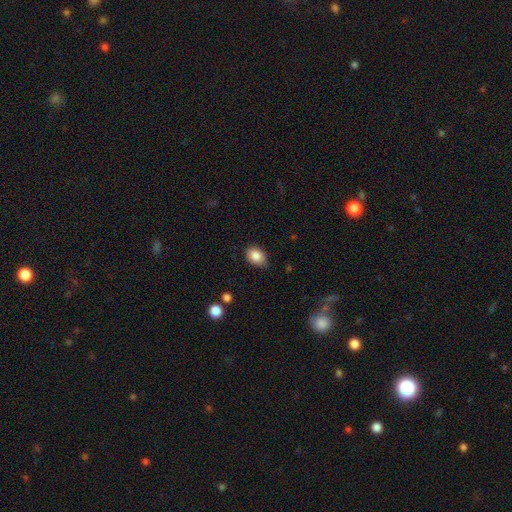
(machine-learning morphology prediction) This is clearly a smooth galaxy (85%). How rounded: likely in between (77%). Merging: clearly none (83%).